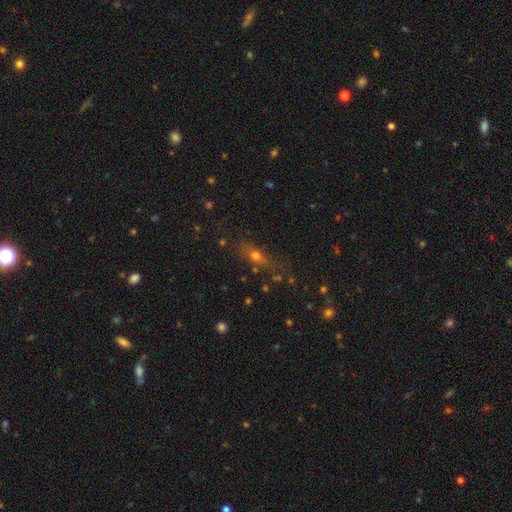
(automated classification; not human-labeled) Q: Smooth or featured?
A: smooth (60%); runner-up: featured or disk (21%)
Q: How rounded?
A: in between (47%); runner-up: cigar-shaped (32%)
Q: Merging?
A: none (64%); runner-up: minor disturbance (19%)